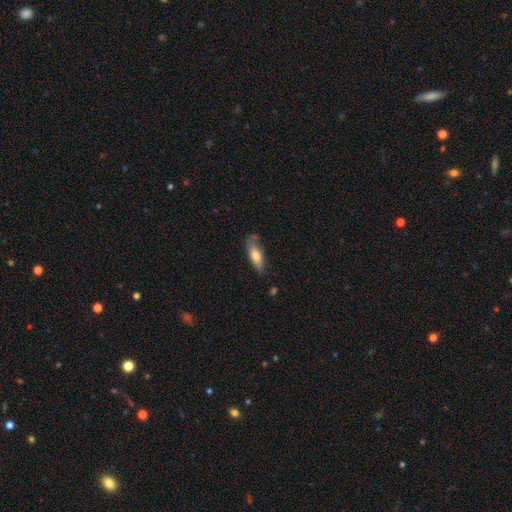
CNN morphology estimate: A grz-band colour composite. It shows a smooth galaxy with no disk features (70%) that is in between round and cigar-shaped (67%). Merging: none (59%).